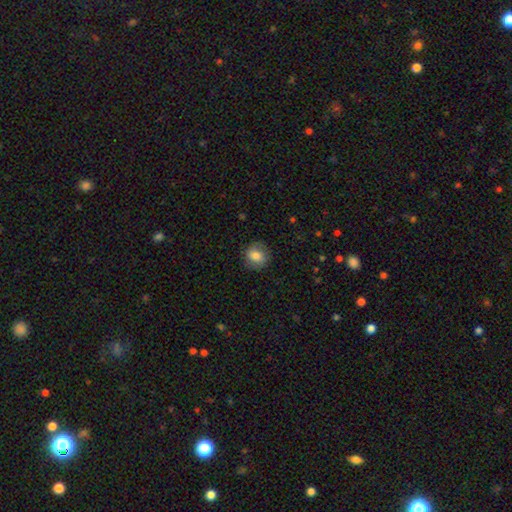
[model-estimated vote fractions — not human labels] smooth 74%, featured or disk 17%, star or artifact 9%. Down the decision tree: how rounded — round (81%); merging — none (83%).